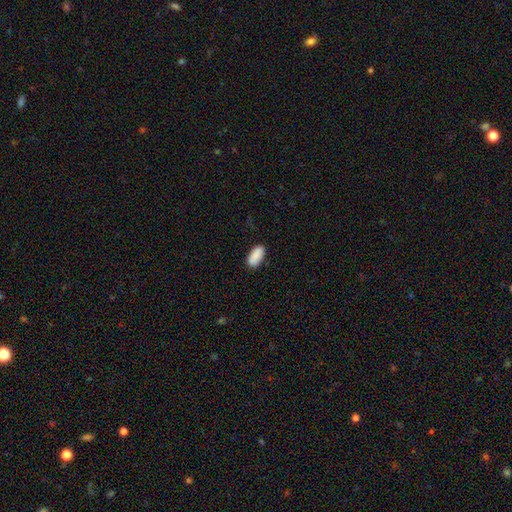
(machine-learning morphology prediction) Q: Smooth or featured?
A: smooth (90%); runner-up: star or artifact (7%)
Q: How rounded?
A: in between (90%); runner-up: cigar-shaped (8%)
Q: Merging?
A: none (85%); runner-up: minor disturbance (11%)